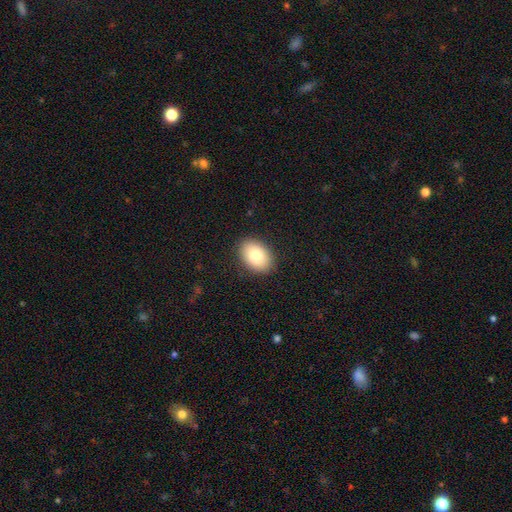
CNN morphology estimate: This appears to be a smooth galaxy with no disk features (82%) that is in between round and cigar-shaped (80%). Merging: none (89%).